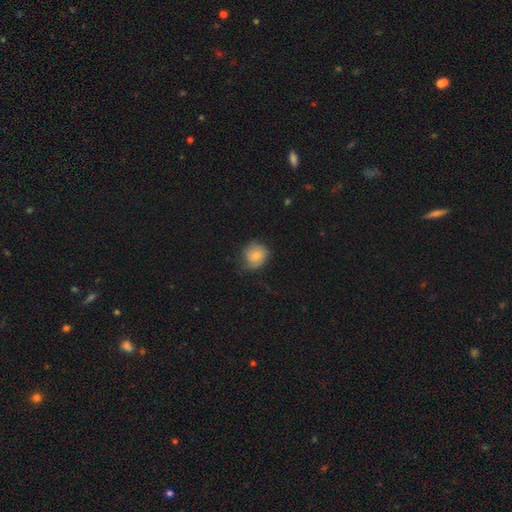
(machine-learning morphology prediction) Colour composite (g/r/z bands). It shows a smooth galaxy with no disk features (75%) that is round (80%). Merging: none (65%).